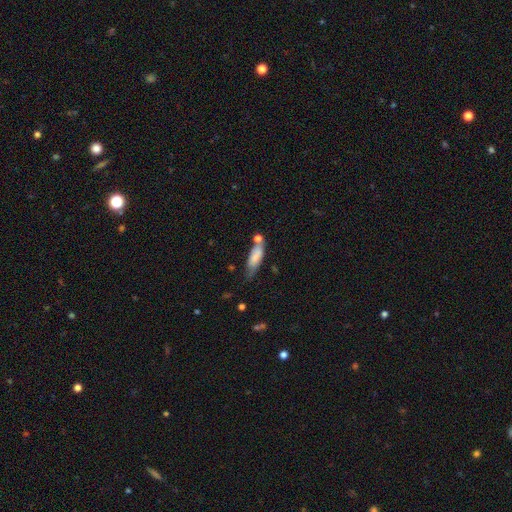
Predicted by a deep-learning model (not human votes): This appears to be a smooth galaxy with no disk features (73%) that is in between round and cigar-shaped (51%). Merging: none (41%).